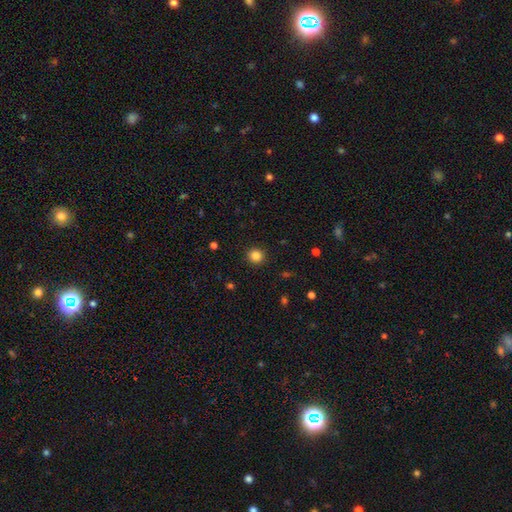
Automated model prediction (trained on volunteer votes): This is clearly a smooth galaxy (85%). How rounded: clearly round (92%). Merging: clearly none (92%).